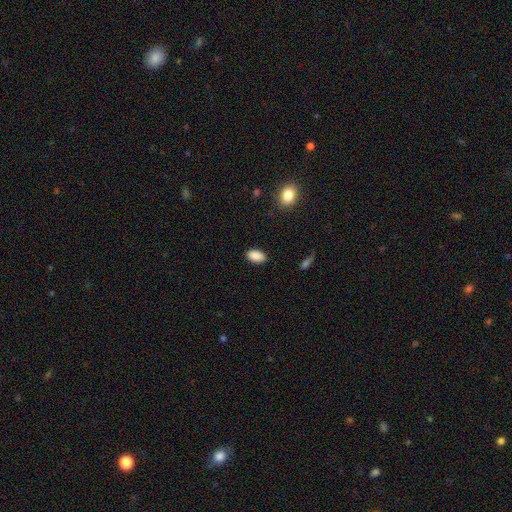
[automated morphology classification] This appears to be a smooth galaxy with no disk features (89%) that is in between round and cigar-shaped (93%). Merging: none (87%).